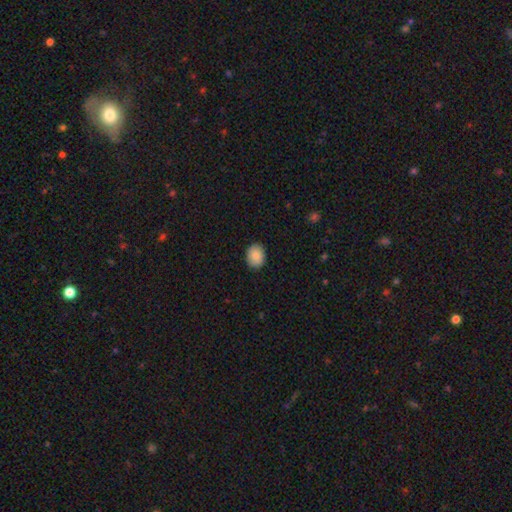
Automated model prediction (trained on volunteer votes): A smooth galaxy with no disk features (88%) that is in between round and cigar-shaped (63%). Merging: none (89%).